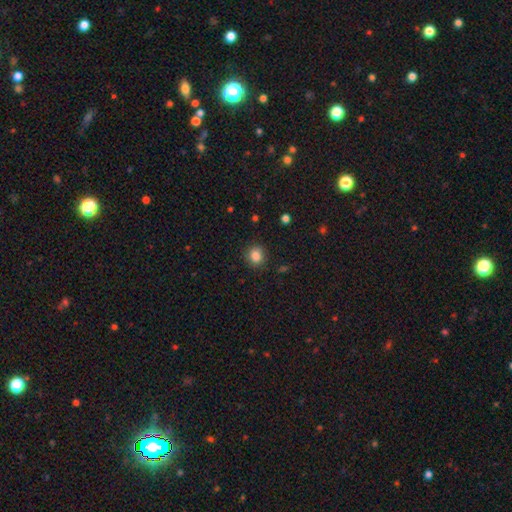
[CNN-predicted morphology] Q: Smooth or featured?
A: smooth (85%); runner-up: star or artifact (11%)
Q: How rounded?
A: round (79%); runner-up: in between (20%)
Q: Merging?
A: none (87%); runner-up: minor disturbance (9%)